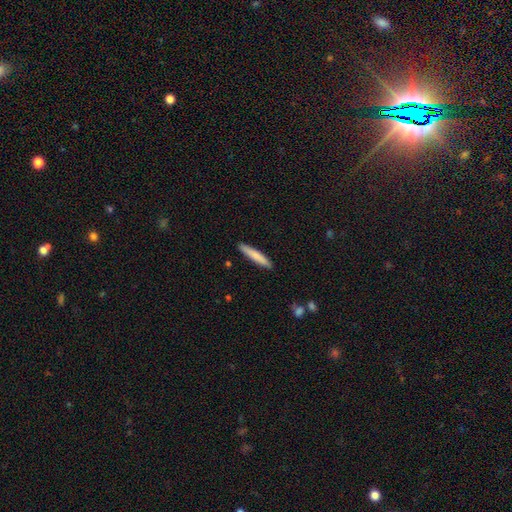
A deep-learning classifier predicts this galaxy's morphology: smooth 80%, featured or disk 15%, star or artifact 5%. Down the decision tree: how rounded — cigar-shaped (92%); merging — none (91%).